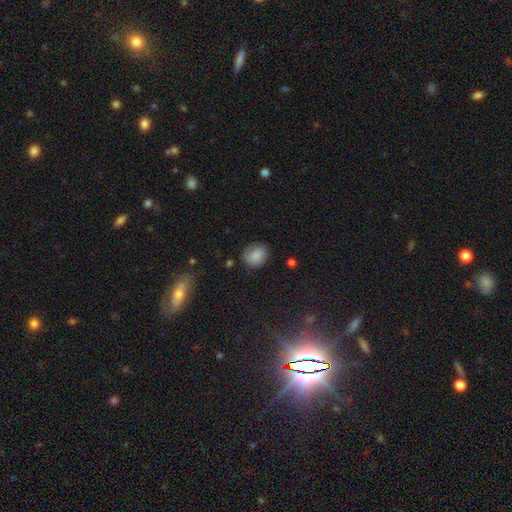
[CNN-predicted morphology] This appears to be a smooth galaxy with no disk features (83%) that is round (69%). Merging: none (73%).